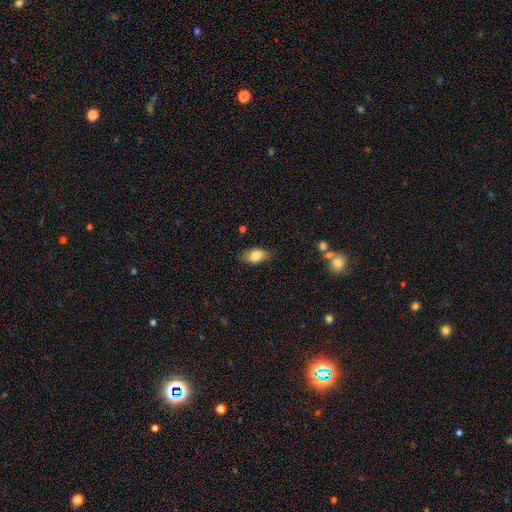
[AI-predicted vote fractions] The model was most divided on "merging": none: 81%, minor disturbance: 15%, major disturbance: 3%, merger: 1%. More confident: how rounded — in between (90%); smooth or featured — smooth (84%).